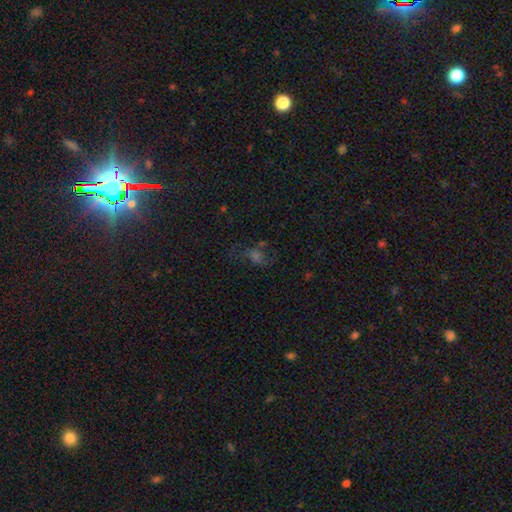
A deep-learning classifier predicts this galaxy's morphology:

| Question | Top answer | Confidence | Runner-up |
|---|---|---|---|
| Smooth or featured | star or artifact | 43% | smooth (36%) |